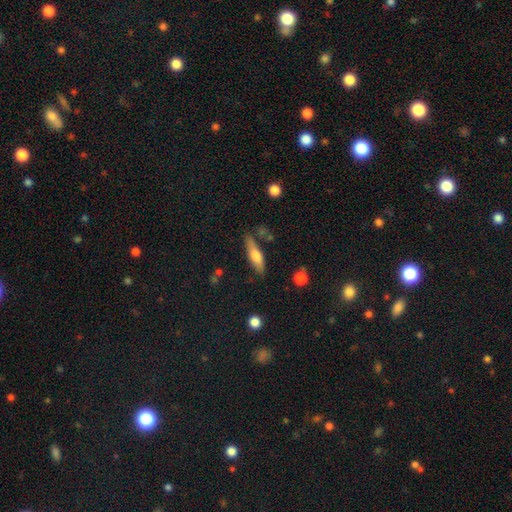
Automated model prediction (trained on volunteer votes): A smooth galaxy with no disk features (63%) that is cigar-shaped (63%). Merging: none (73%).